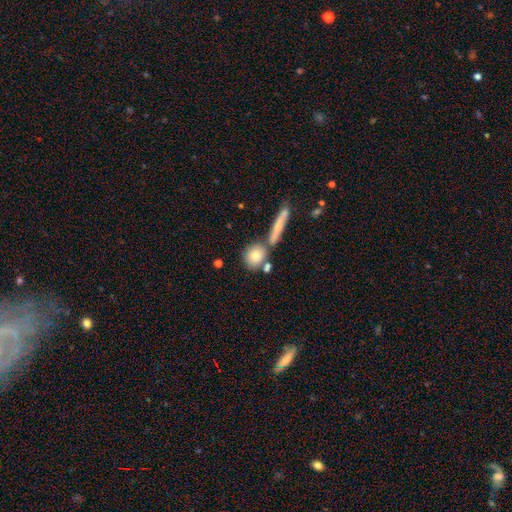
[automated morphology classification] Q: Smooth or featured?
A: smooth (79%); runner-up: featured or disk (14%)
Q: How rounded?
A: round (64%); runner-up: in between (28%)
Q: Merging?
A: none (64%); runner-up: merger (22%)